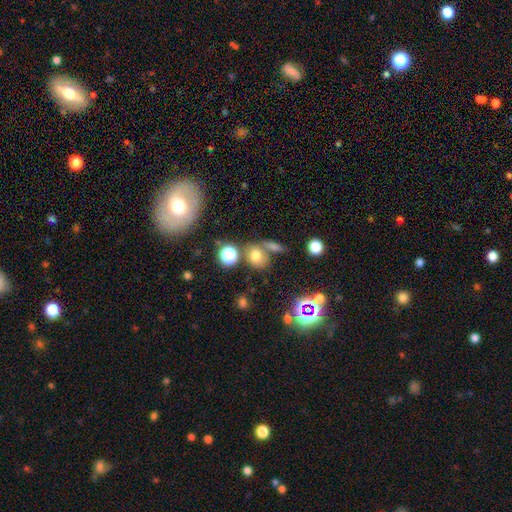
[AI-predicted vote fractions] This is likely a smooth galaxy (70%). How rounded: likely round (62%). Merging: possibly none (52%).